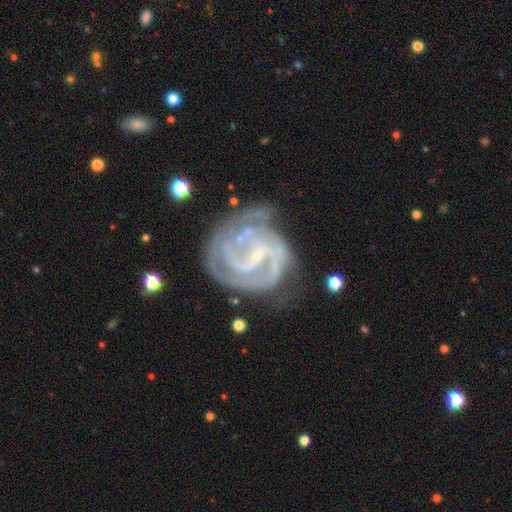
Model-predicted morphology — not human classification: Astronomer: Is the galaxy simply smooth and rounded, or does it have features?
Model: featured or disk — 87%.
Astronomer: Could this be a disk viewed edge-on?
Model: no — 98%.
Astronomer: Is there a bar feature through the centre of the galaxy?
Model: weak — 45% (runner-up: strong, 28%).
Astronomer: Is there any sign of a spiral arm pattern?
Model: yes — 93%.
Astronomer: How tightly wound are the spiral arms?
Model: tight — 47% (runner-up: medium, 41%).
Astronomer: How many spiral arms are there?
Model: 2 — 43% (runner-up: can't tell, 22%).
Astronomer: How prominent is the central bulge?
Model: small — 75%.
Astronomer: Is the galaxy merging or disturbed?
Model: none — 55%.